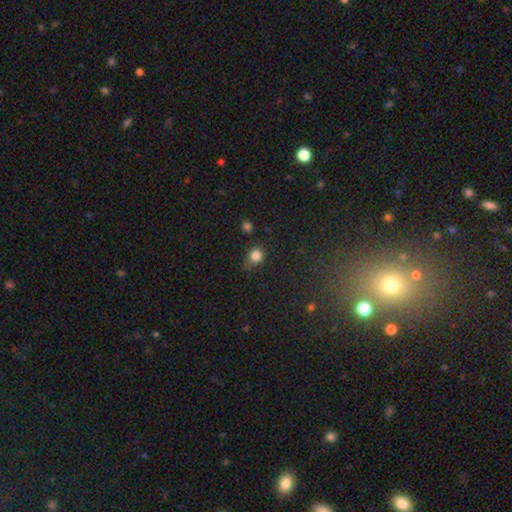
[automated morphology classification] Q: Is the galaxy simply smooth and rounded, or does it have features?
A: smooth — 82%.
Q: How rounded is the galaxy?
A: round — 74%.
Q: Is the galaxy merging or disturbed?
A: none — 53%.